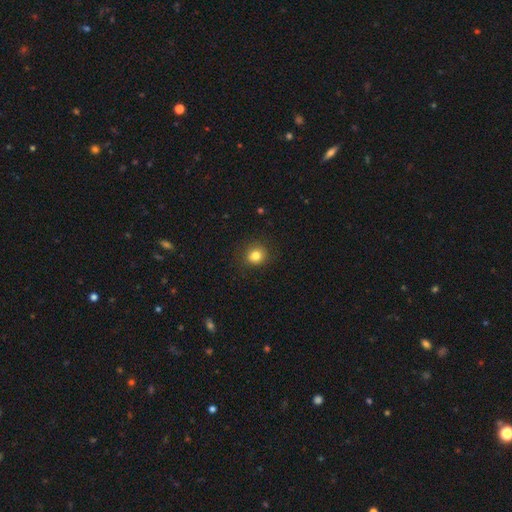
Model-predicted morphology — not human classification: Smooth or featured?
  - smooth: 81% *
  - star or artifact: 12%
  - featured or disk: 7%
How rounded?
  - round: 85% *
  - in between: 15%
  - cigar-shaped: 1%
Merging?
  - none: 87% *
  - minor disturbance: 9%
  - major disturbance: 3%
  - merger: 1%